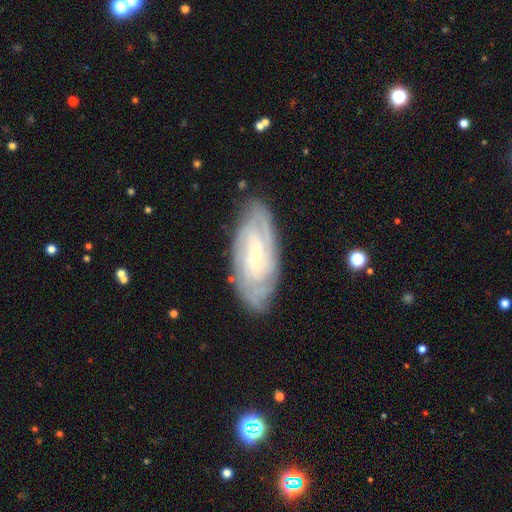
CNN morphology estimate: A featured or disk galaxy (80%) with no bar (60%), tight (74%) spiral arms (94%) and a small central bulge (77%). Merging: none (81%).